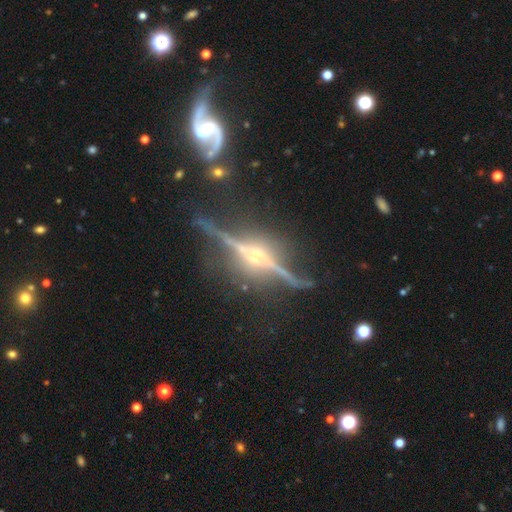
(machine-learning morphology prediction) This appears to be a featured or disk galaxy (90%) viewed edge-on (95%) with a rounded central bulge (91%). Merging: none (76%).